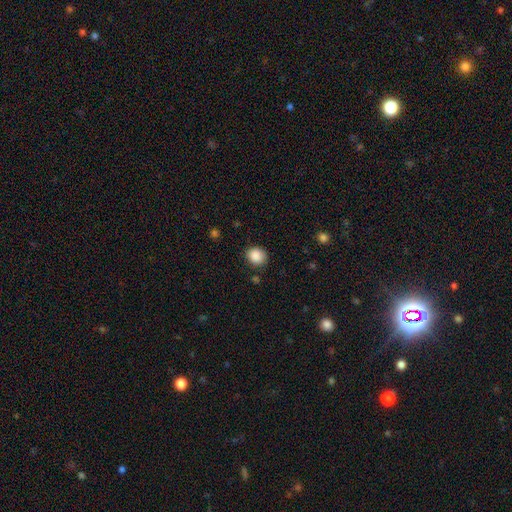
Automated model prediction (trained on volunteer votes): Smooth or featured?
  - smooth: 88% *
  - star or artifact: 9%
  - featured or disk: 4%
How rounded?
  - round: 74% *
  - in between: 26%
  - cigar-shaped: 1%
Merging?
  - none: 80% *
  - minor disturbance: 15%
  - major disturbance: 3%
  - merger: 2%